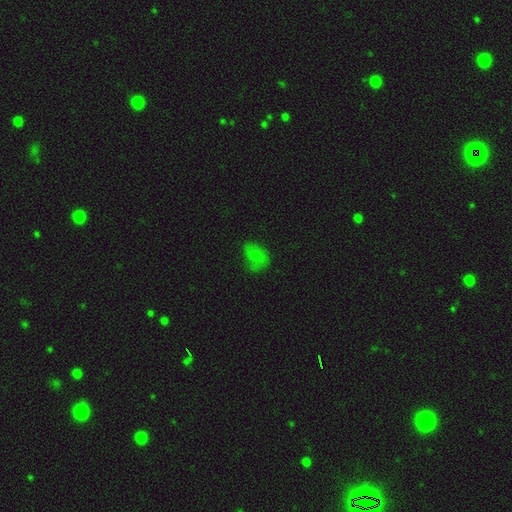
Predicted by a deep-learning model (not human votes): Smooth or featured? smooth (62%)
How rounded? in between (70%)
Merging? none (55%)